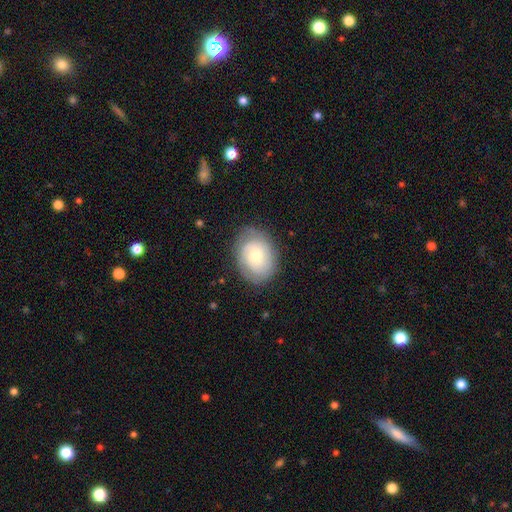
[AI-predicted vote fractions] A featured or disk galaxy (51%). Merging: none (75%).